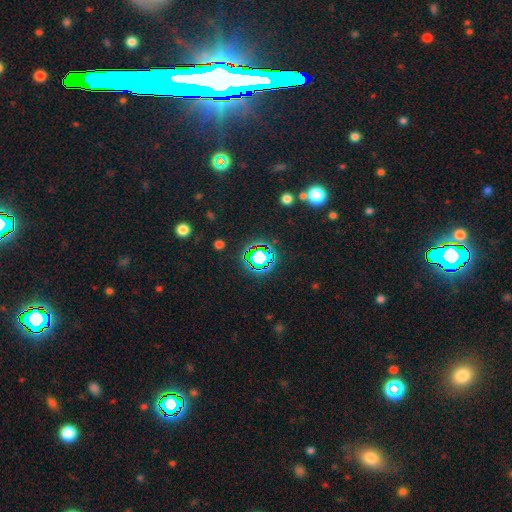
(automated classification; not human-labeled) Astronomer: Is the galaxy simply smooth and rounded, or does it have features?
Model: star or artifact — 79%.